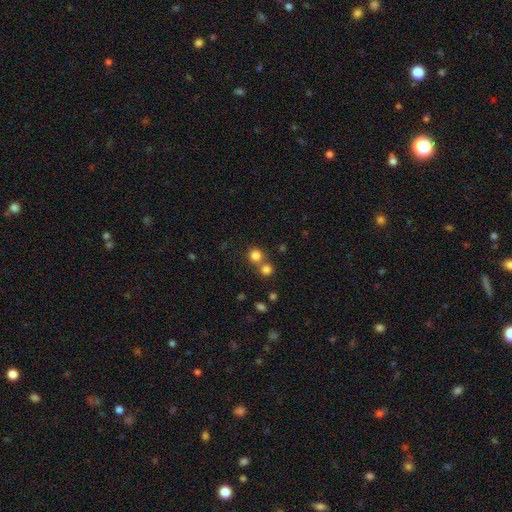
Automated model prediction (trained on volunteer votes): smooth-or-featured: smooth: 80% | star or artifact: 13% | featured or disk: 6%
  how-rounded: round: 89% | in between: 10% | cigar-shaped: 1%
  merging: none: 57% | merger: 34% | minor disturbance: 6% | major disturbance: 3%